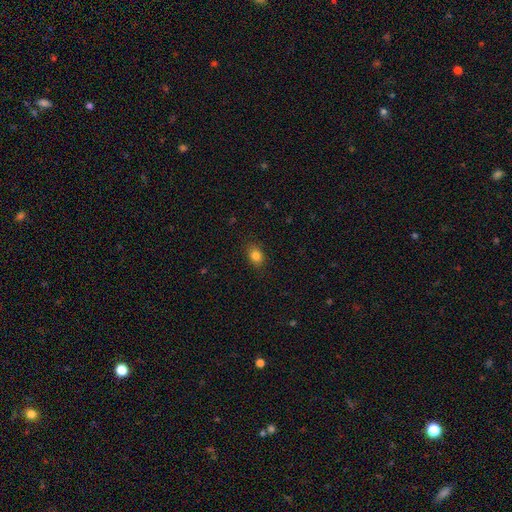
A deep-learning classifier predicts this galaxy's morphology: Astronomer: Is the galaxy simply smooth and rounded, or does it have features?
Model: smooth — 84%.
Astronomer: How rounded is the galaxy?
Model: in between — 75%.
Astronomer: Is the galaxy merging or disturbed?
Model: none — 86%.